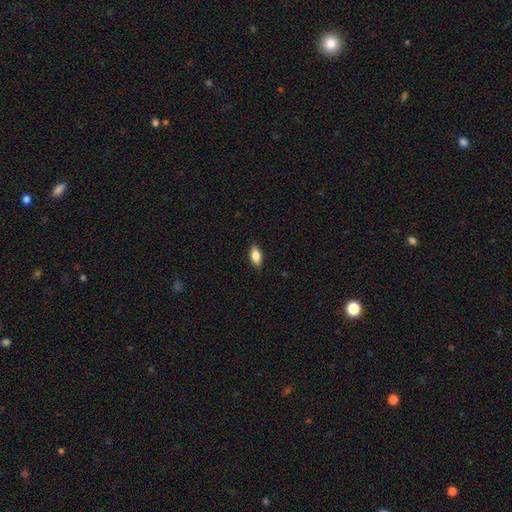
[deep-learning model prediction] This appears to be a smooth galaxy with no disk features (82%) that is in between round and cigar-shaped (87%). Merging: none (87%).